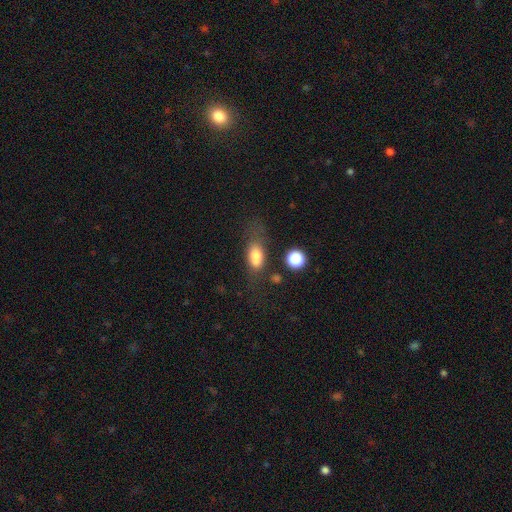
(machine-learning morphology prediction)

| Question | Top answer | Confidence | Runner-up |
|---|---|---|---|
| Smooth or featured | smooth | 74% | featured or disk (15%) |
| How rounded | in between | 78% | round (13%) |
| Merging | none | 41% | minor disturbance (25%) |